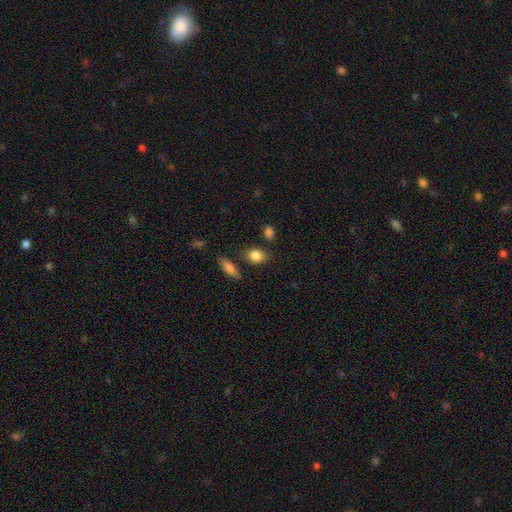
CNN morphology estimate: A smooth galaxy with no disk features (85%) that is in between round and cigar-shaped (58%). Merging: none (79%).